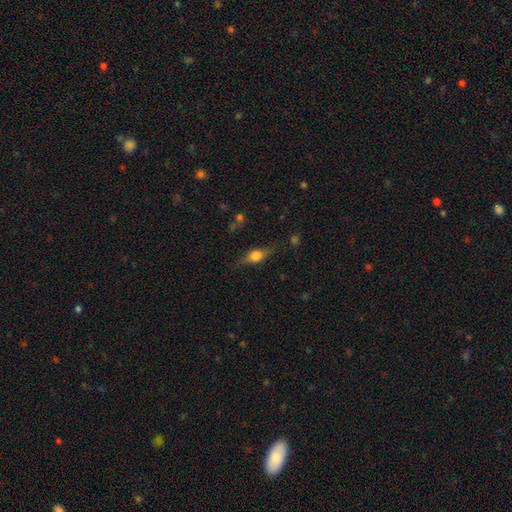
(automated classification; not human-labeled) A smooth galaxy with no disk features (51%) that is in between round and cigar-shaped (62%).

Vote fractions:
- Smooth or featured? smooth: 51% / featured or disk: 40% / star or artifact: 9%
- How rounded? in between: 62% / cigar-shaped: 28% / round: 10%
- Merging? none: 76% / minor disturbance: 17% / major disturbance: 5% / merger: 2%